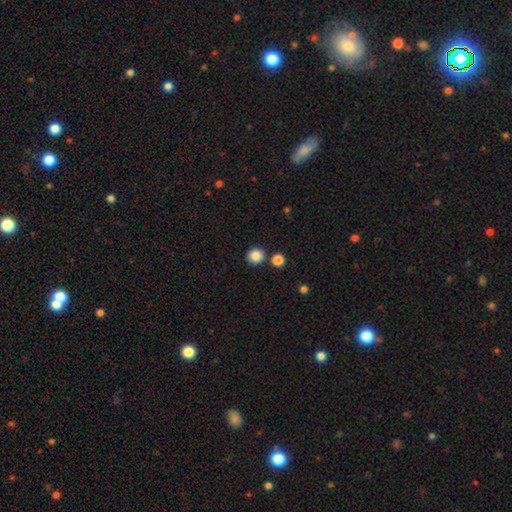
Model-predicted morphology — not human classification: smooth_or_featured: smooth (p=0.86) [alt: star or artifact p=0.11]
how_rounded: round (p=0.91) [alt: in between p=0.08]
merging: none (p=0.85) [alt: minor disturbance p=0.07]